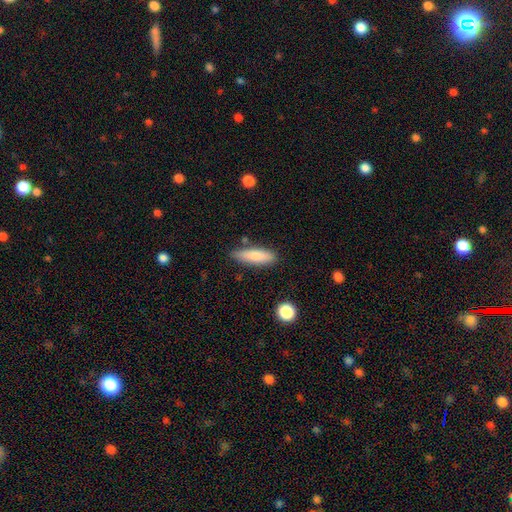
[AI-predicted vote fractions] This appears to be a smooth galaxy with no disk features (79%) that is cigar-shaped (58%). Merging: none (78%).